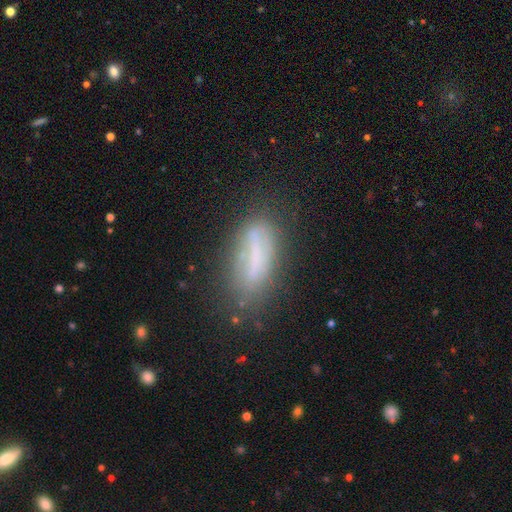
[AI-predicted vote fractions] smooth 48%, featured or disk 40%, star or artifact 12%. Down the decision tree: merging — none (62%).